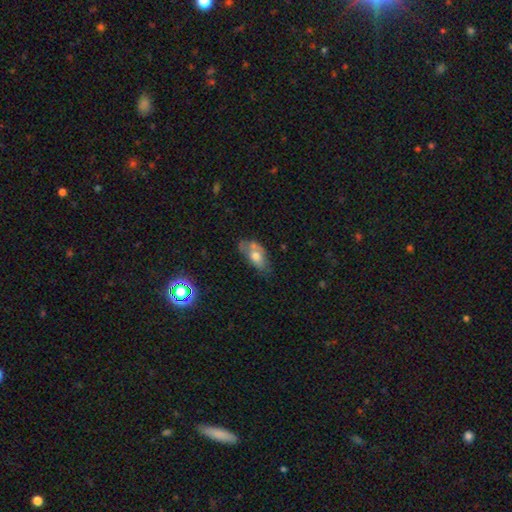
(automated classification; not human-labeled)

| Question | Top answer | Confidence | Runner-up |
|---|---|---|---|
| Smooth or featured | smooth | 57% | featured or disk (34%) |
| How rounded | in between | 88% | cigar-shaped (7%) |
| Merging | none | 39% | minor disturbance (32%) |